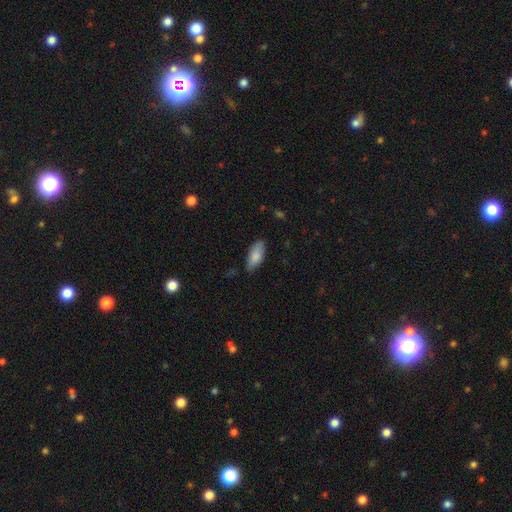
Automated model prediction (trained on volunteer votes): Smooth or featured? Predicted: smooth (p=0.84). How rounded? Predicted: in between (p=0.82). Merging? Predicted: none (p=0.75).